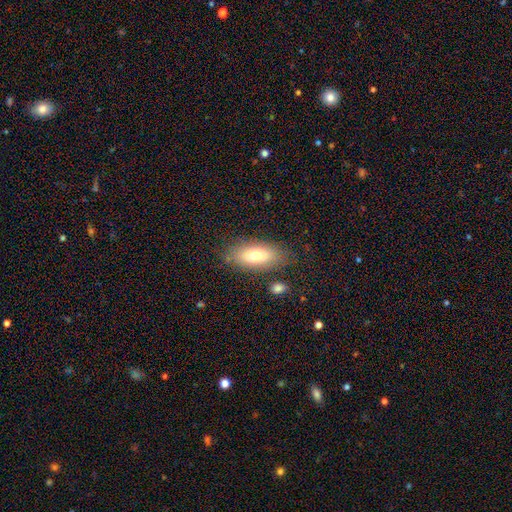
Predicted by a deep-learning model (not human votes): This is likely a smooth galaxy (71%). How rounded: clearly in between (84%). Merging: likely none (78%).